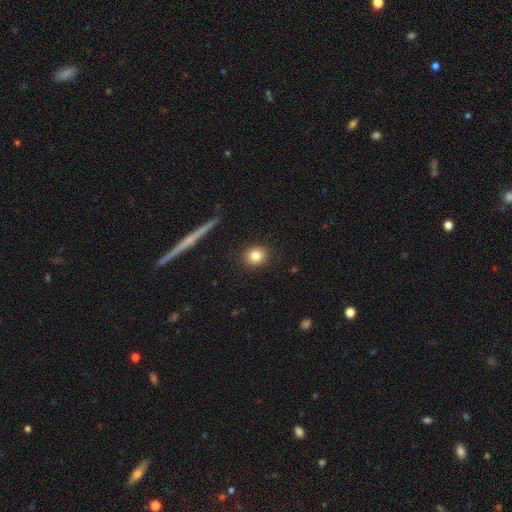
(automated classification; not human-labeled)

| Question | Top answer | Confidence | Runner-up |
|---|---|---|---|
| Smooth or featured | smooth | 82% | star or artifact (10%) |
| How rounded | round | 86% | in between (12%) |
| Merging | none | 90% | minor disturbance (6%) |